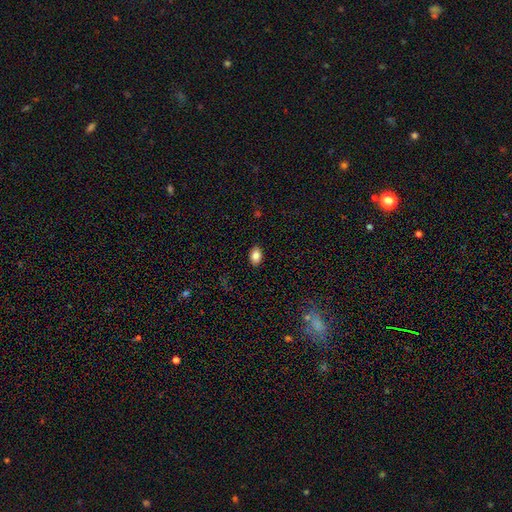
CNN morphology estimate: Smooth or featured?
  - smooth: 86% *
  - star or artifact: 8%
  - featured or disk: 6%
How rounded?
  - in between: 86% *
  - round: 13%
  - cigar-shaped: 1%
Merging?
  - none: 89% *
  - minor disturbance: 8%
  - major disturbance: 2%
  - merger: 1%